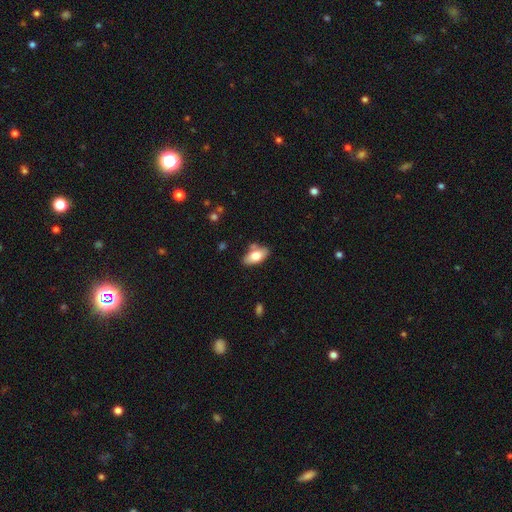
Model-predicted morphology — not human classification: Smooth or featured? smooth (74%)
How rounded? in between (91%)
Merging? none (71%)